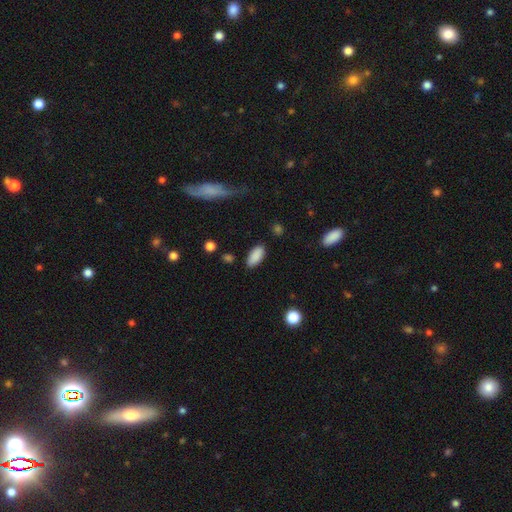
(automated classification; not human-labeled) Q: Smooth or featured?
A: smooth (88%); runner-up: star or artifact (7%)
Q: How rounded?
A: in between (90%); runner-up: cigar-shaped (8%)
Q: Merging?
A: none (85%); runner-up: minor disturbance (10%)